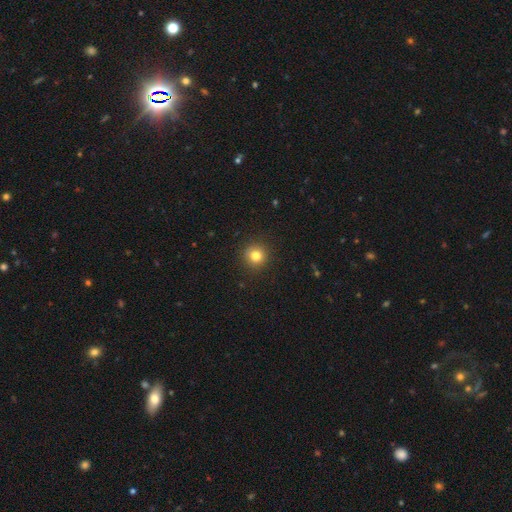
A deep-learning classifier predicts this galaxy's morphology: A smooth galaxy with no disk features (81%) that is round (94%).

Vote fractions:
- Smooth or featured? smooth: 81% / star or artifact: 13% / featured or disk: 7%
- How rounded? round: 94% / in between: 5% / cigar-shaped: 1%
- Merging? none: 91% / minor disturbance: 6% / major disturbance: 2% / merger: 1%